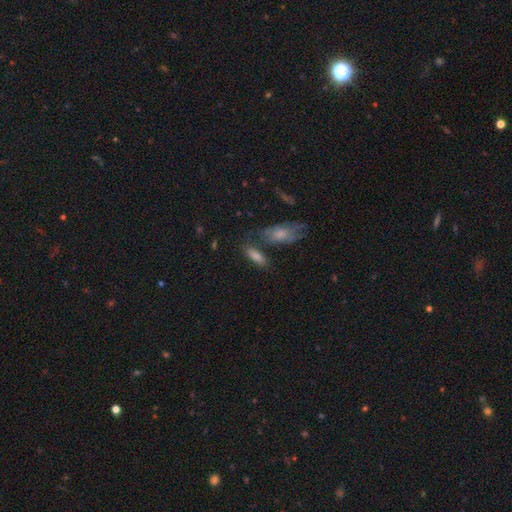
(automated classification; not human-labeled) smooth_or_featured: smooth (p=0.67) [alt: featured or disk p=0.21]
how_rounded: in between (p=0.58) [alt: cigar-shaped p=0.38]
merging: none (p=0.61) [alt: minor disturbance p=0.17]